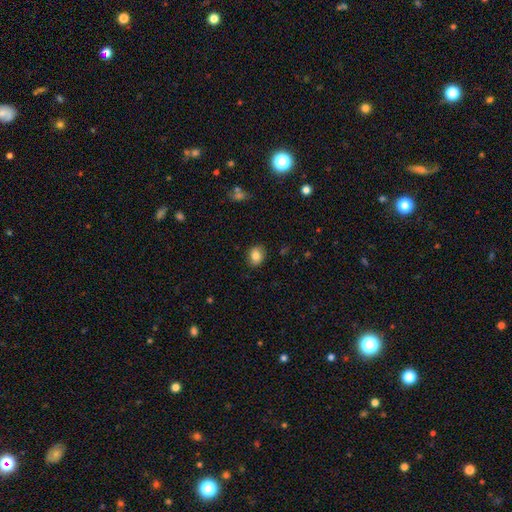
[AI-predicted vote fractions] This appears to be a smooth galaxy with no disk features (84%) that is in between round and cigar-shaped (52%). Merging: none (87%).